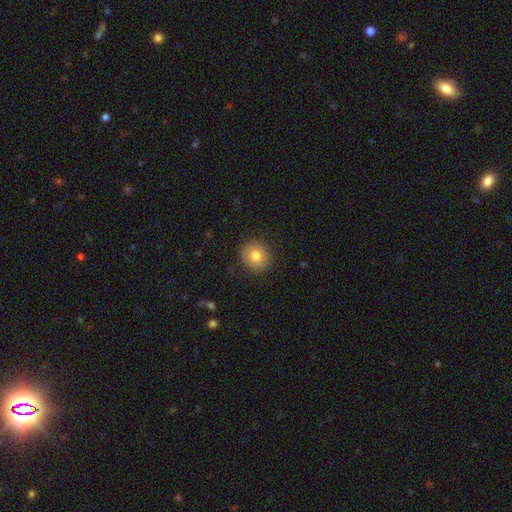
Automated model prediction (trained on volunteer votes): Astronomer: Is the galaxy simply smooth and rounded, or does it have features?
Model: smooth — 80%.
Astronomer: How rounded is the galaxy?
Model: round — 86%.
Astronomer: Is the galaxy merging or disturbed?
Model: none — 88%.